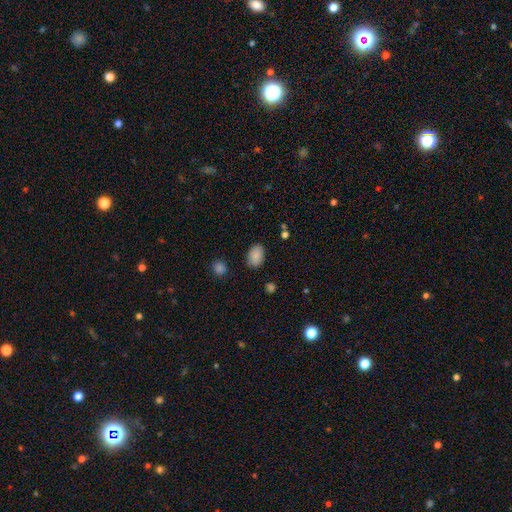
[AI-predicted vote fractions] smooth-or-featured: smooth: 87% | star or artifact: 8% | featured or disk: 5%
  how-rounded: in between: 84% | round: 14% | cigar-shaped: 1%
  merging: none: 84% | minor disturbance: 11% | major disturbance: 3% | merger: 2%